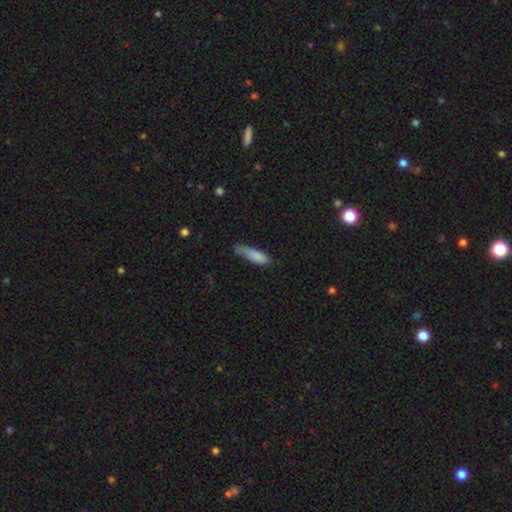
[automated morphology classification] smooth 83%, featured or disk 10%, star or artifact 7%. Down the decision tree: how rounded — cigar-shaped (63%); merging — none (51%).